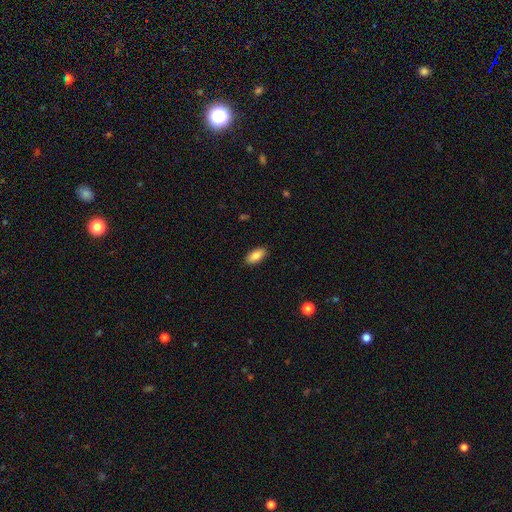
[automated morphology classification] A smooth galaxy with no disk features (85%) that is in between round and cigar-shaped (91%). Merging: none (89%).